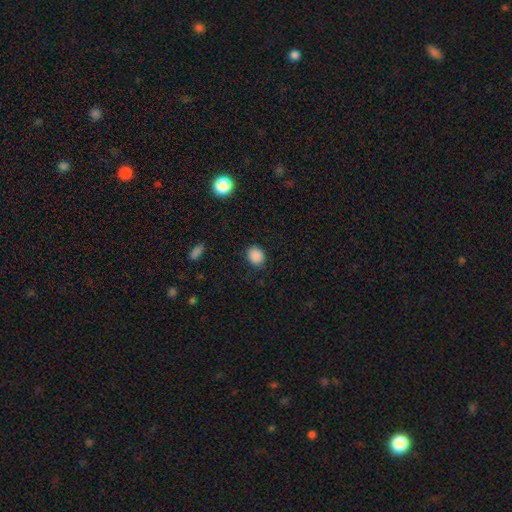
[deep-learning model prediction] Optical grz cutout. It shows a smooth galaxy with no disk features (87%) that is in between round and cigar-shaped (50%). Merging: none (85%).